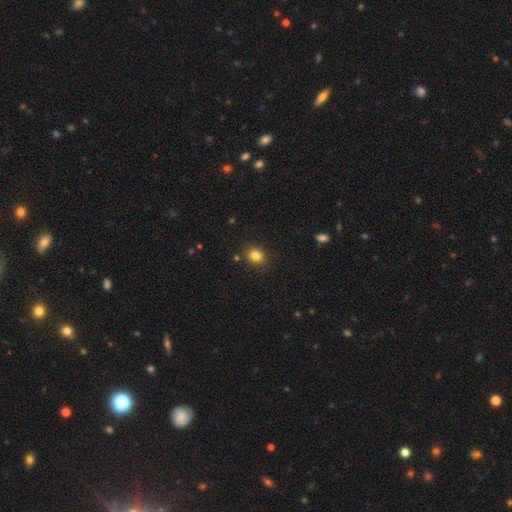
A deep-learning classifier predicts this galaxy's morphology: Q: Smooth or featured?
A: smooth (83%); runner-up: star or artifact (11%)
Q: How rounded?
A: round (64%); runner-up: in between (35%)
Q: Merging?
A: none (86%); runner-up: minor disturbance (9%)